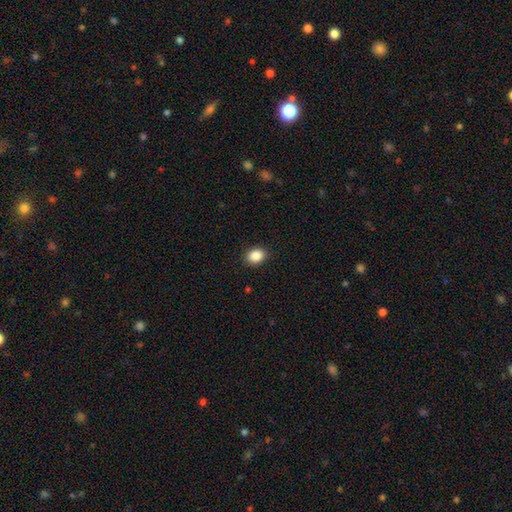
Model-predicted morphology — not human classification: Overall: smooth (87%). How rounded: in between (56%; round 43%). Merging: none (90%).